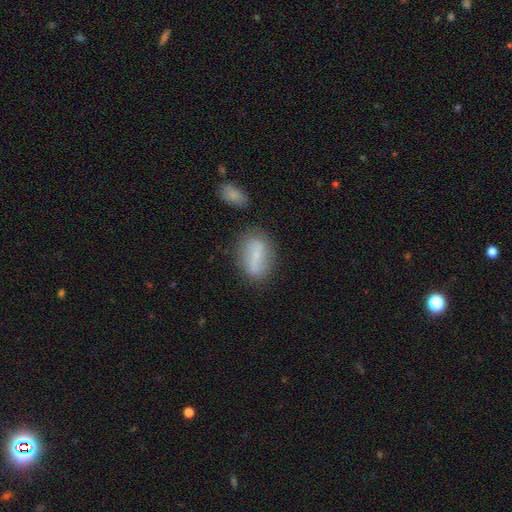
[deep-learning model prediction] smooth_or_featured: smooth (p=0.54) [alt: featured or disk p=0.38]
how_rounded: in between (p=0.78) [alt: round p=0.14]
merging: none (p=0.70) [alt: minor disturbance p=0.17]